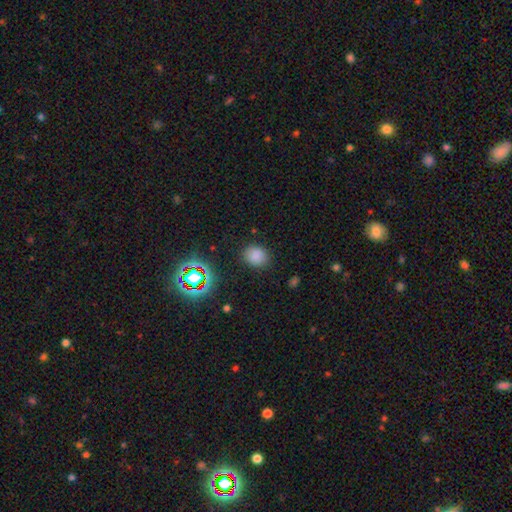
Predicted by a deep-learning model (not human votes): Morphology: type=smooth (78%); roundness=round (61%); merging=none (85%).